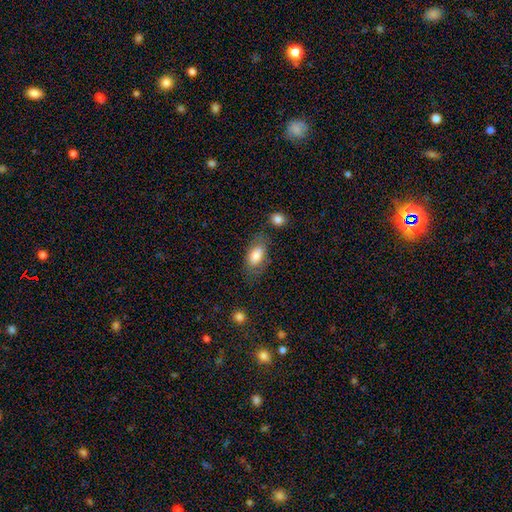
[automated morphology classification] Q: Smooth or featured?
A: smooth (77%); runner-up: featured or disk (17%)
Q: How rounded?
A: in between (91%); runner-up: round (6%)
Q: Merging?
A: none (66%); runner-up: minor disturbance (20%)